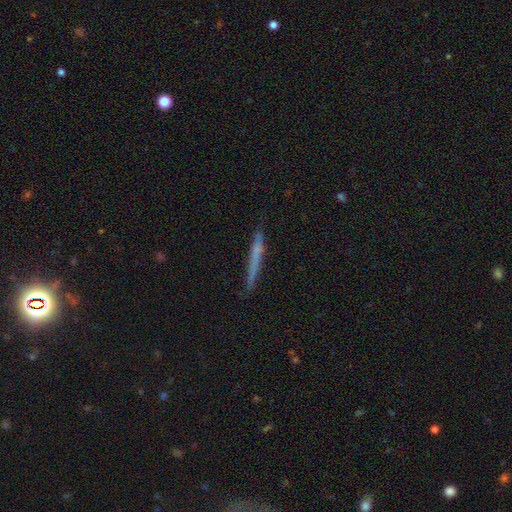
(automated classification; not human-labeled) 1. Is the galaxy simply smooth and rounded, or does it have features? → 54% smooth, 38% featured or disk, 8% star or artifact.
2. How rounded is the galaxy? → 96% cigar-shaped, 2% in between, 1% round.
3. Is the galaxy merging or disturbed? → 85% none, 12% minor disturbance, 2% major disturbance, 1% merger.